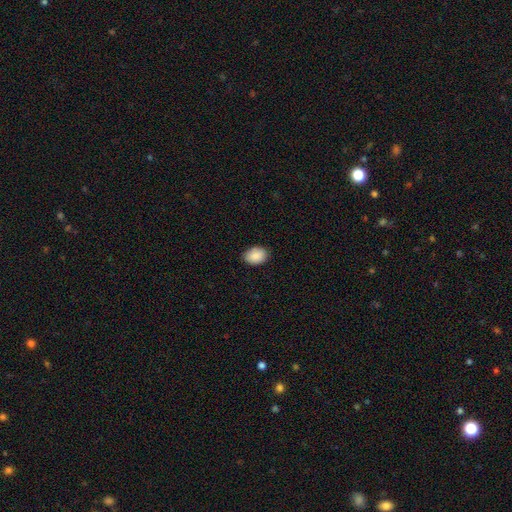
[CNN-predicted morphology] Overall: smooth (89%). How rounded: in between (73%). Merging: none (86%).